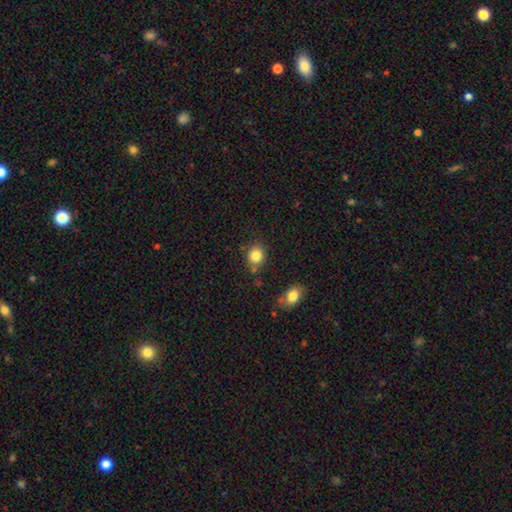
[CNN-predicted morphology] Smooth or featured: smooth — 84% (star or artifact — 10%)
How rounded: round — 72% (in between — 27%)
Merging: none — 75% (minor disturbance — 14%)